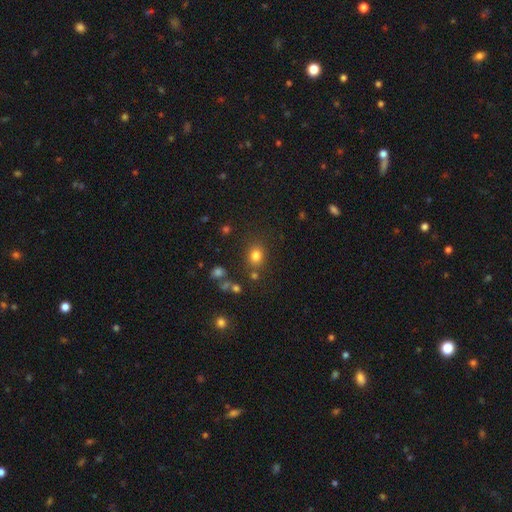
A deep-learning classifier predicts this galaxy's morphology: A smooth galaxy with no disk features (79%) that is round (65%). Merging: none (77%).